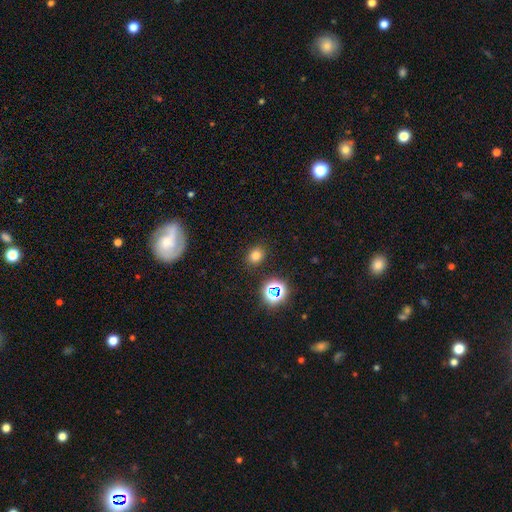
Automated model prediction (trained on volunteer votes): Smooth or featured?
  - smooth: 73% *
  - star or artifact: 20%
  - featured or disk: 7%
How rounded?
  - round: 58% *
  - in between: 40%
  - cigar-shaped: 1%
Merging?
  - none: 87% *
  - minor disturbance: 8%
  - major disturbance: 3%
  - merger: 2%